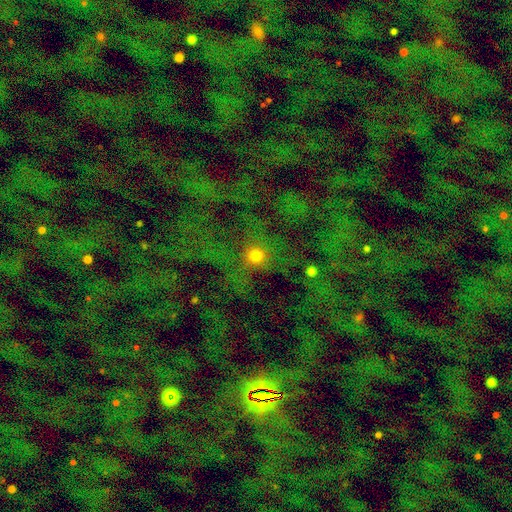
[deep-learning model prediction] smooth-or-featured: smooth: 53% | star or artifact: 32% | featured or disk: 16%
  how-rounded: round: 87% | in between: 11% | cigar-shaped: 2%
  merging: none: 64% | major disturbance: 15% | minor disturbance: 13% | merger: 8%